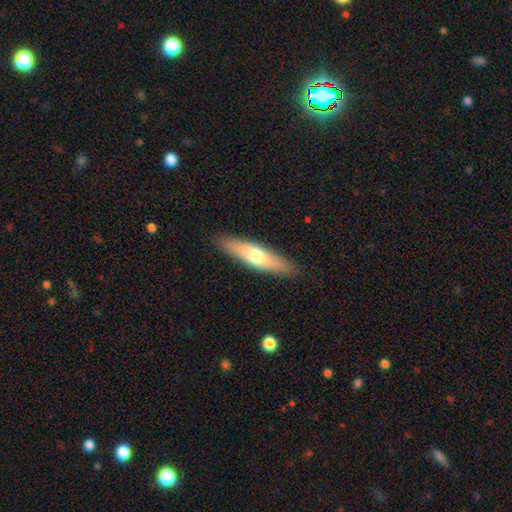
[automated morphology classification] This is possibly a smooth galaxy (59%). How rounded: likely cigar-shaped (73%). Merging: clearly none (89%).